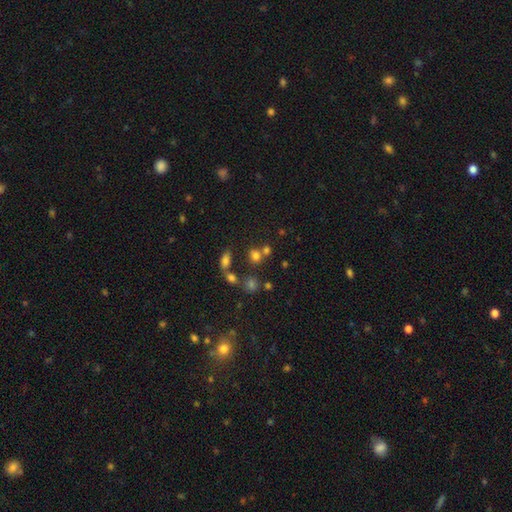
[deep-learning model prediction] A smooth galaxy with no disk features (71%) that is round (67%).

Vote fractions:
- Smooth or featured? smooth: 71% / star or artifact: 18% / featured or disk: 10%
- How rounded? round: 67% / in between: 31% / cigar-shaped: 2%
- Merging? none: 54% / merger: 31% / minor disturbance: 10% / major disturbance: 5%